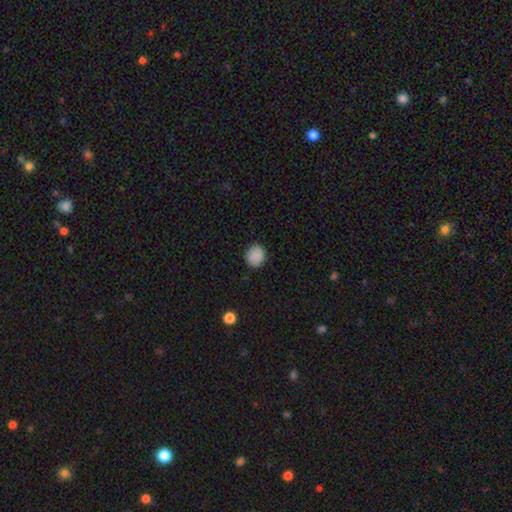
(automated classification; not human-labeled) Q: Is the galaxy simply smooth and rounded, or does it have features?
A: smooth — 89%.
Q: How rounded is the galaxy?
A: round — 86%.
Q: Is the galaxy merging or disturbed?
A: none — 89%.